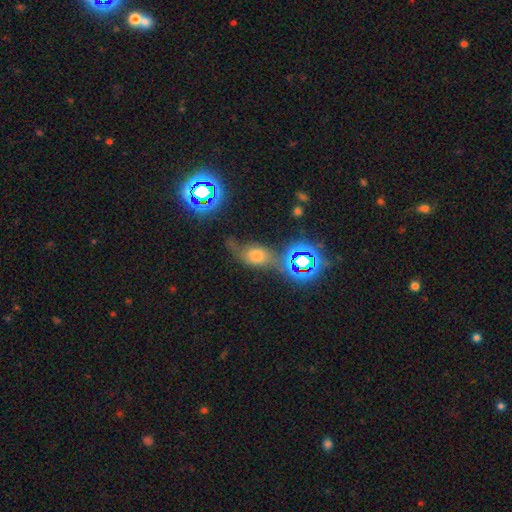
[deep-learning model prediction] smooth_or_featured: smooth (p=0.47) [alt: star or artifact p=0.28]
merging: none (p=0.45) [alt: minor disturbance p=0.23]